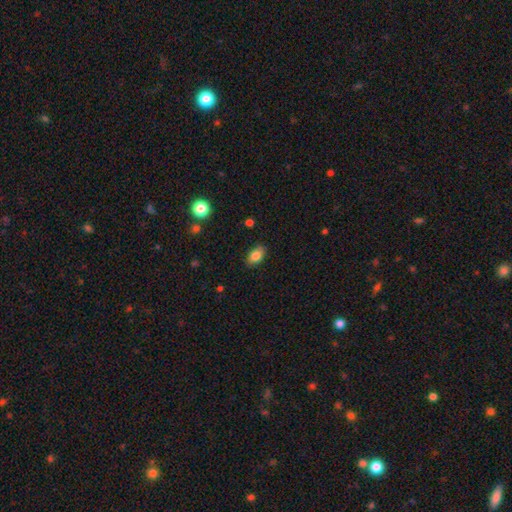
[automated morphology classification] A smooth galaxy with no disk features (83%) that is in between round and cigar-shaped (87%).

Vote fractions:
- Smooth or featured? smooth: 83% / star or artifact: 9% / featured or disk: 8%
- How rounded? in between: 87% / round: 11% / cigar-shaped: 2%
- Merging? none: 83% / minor disturbance: 13% / major disturbance: 3% / merger: 1%